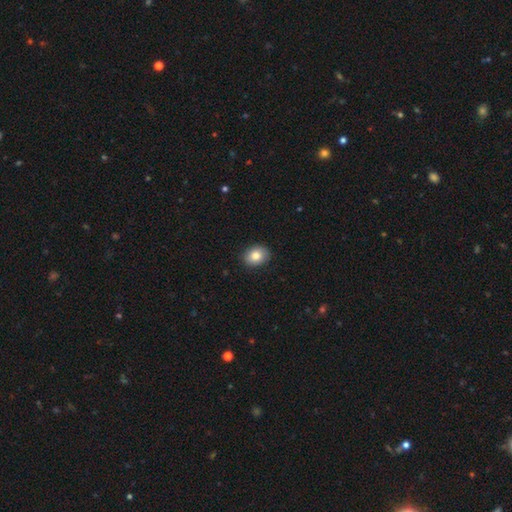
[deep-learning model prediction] Smooth or featured: smooth — 84% (star or artifact — 8%)
How rounded: in between — 59% (round — 40%)
Merging: none — 90% (minor disturbance — 8%)